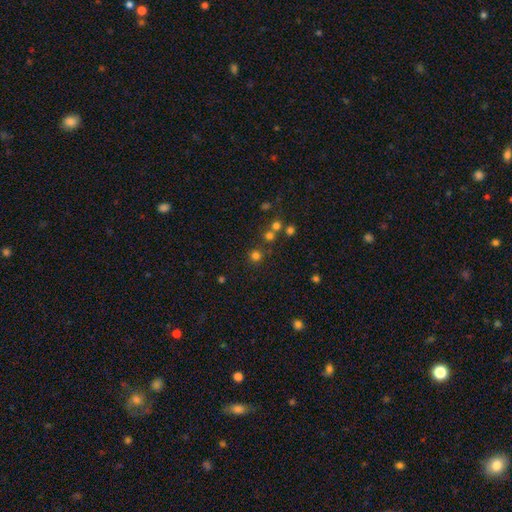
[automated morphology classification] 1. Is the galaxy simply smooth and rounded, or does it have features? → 70% smooth, 24% star or artifact, 7% featured or disk.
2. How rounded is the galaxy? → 93% round, 6% in between, 1% cigar-shaped.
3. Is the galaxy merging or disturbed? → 78% none, 12% merger, 7% minor disturbance, 3% major disturbance.